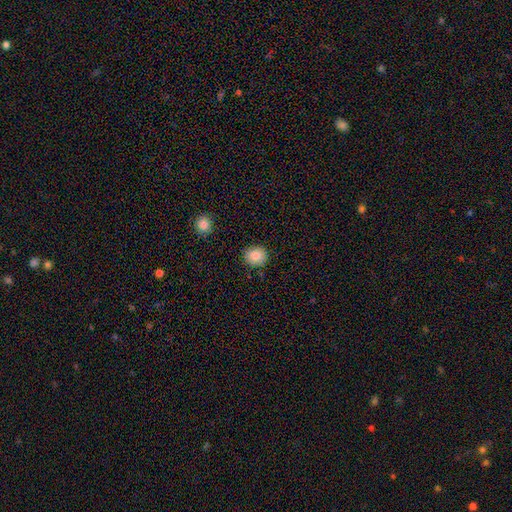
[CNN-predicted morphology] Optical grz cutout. It shows a smooth galaxy with no disk features (86%) that is round (81%). Merging: none (87%).